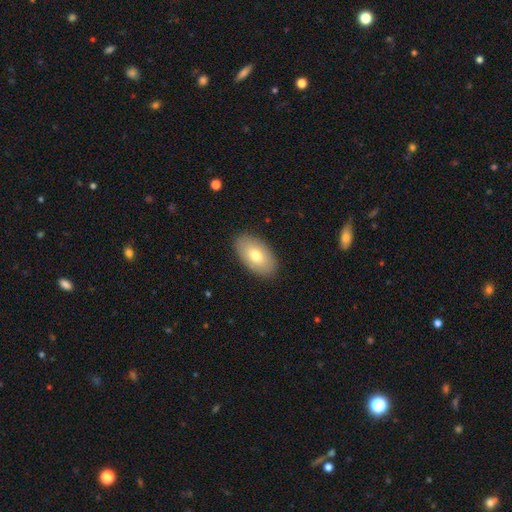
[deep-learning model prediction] Smooth or featured? Predicted: smooth (p=0.73). How rounded? Predicted: in between (p=0.94). Merging? Predicted: none (p=0.88).